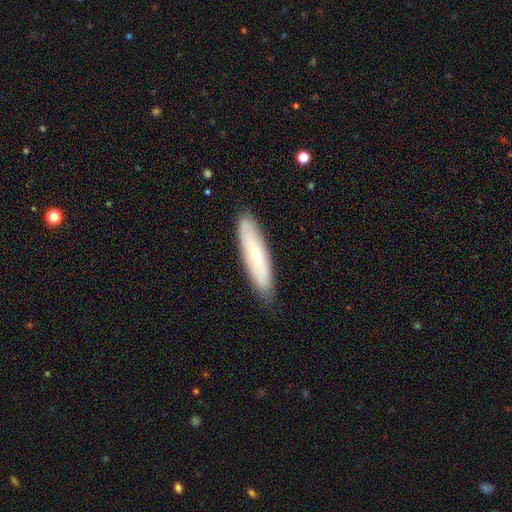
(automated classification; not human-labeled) Morphology: type=smooth (63%); roundness=cigar-shaped (80%); merging=none (84%).